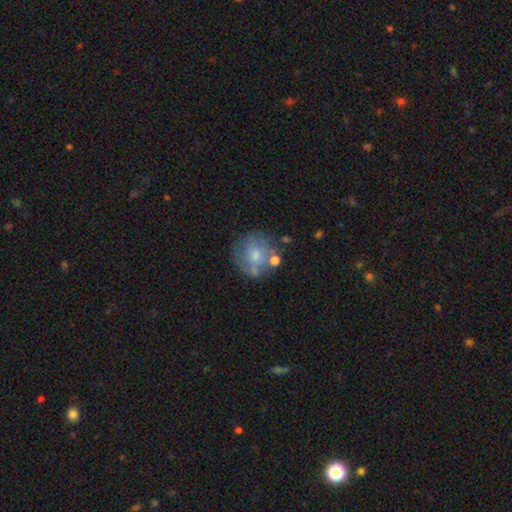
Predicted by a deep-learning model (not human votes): A smooth galaxy with no disk features (54%) that is round (85%).

Vote fractions:
- Smooth or featured? smooth: 54% / featured or disk: 37% / star or artifact: 10%
- How rounded? round: 85% / in between: 14% / cigar-shaped: 1%
- Merging? none: 58% / minor disturbance: 20% / merger: 12% / major disturbance: 11%